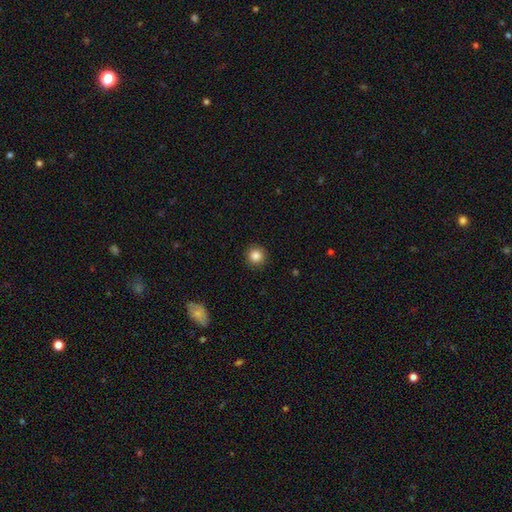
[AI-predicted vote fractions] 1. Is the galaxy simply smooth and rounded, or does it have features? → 86% smooth, 10% star or artifact, 4% featured or disk.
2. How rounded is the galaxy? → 95% round, 4% in between, 1% cigar-shaped.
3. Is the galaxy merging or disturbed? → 92% none, 6% minor disturbance, 2% major disturbance, 1% merger.